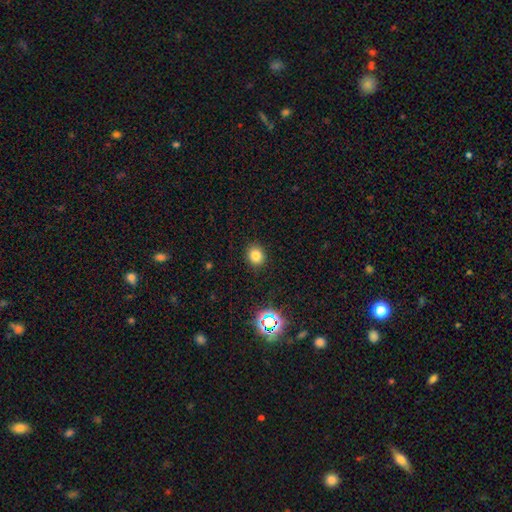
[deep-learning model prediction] Q: Smooth or featured?
A: smooth (79%); runner-up: star or artifact (15%)
Q: How rounded?
A: round (72%); runner-up: in between (27%)
Q: Merging?
A: none (89%); runner-up: minor disturbance (7%)